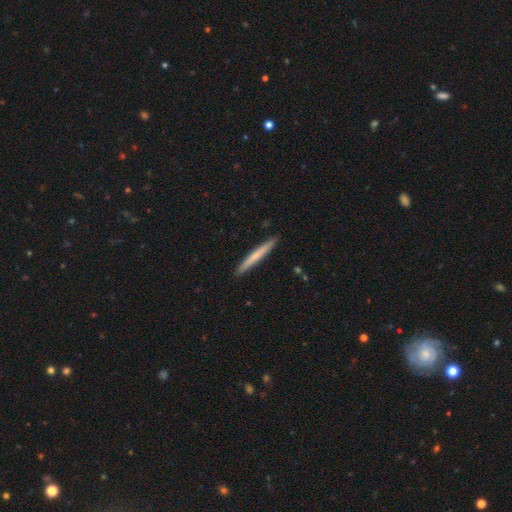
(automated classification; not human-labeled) Overall: smooth (61%; featured or disk 33%). How rounded: cigar-shaped (97%). Merging: none (91%).